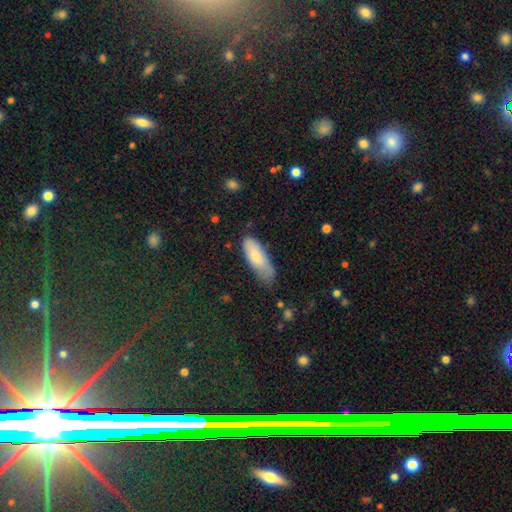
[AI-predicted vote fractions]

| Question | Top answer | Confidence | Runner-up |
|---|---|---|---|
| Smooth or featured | smooth | 78% | featured or disk (16%) |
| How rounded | in between | 69% | cigar-shaped (29%) |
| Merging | none | 52% | minor disturbance (36%) |